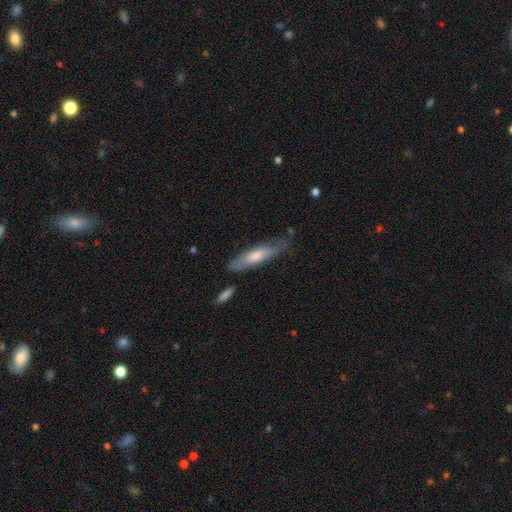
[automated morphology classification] smooth 50%, featured or disk 44%, star or artifact 6%. Down the decision tree: how rounded — cigar-shaped (73%); merging — none (67%).